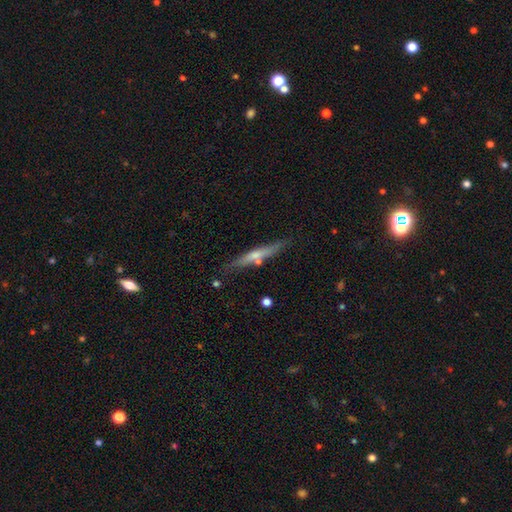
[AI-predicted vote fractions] Q: Smooth or featured?
A: featured or disk (48%); runner-up: smooth (46%)
Q: Merging?
A: none (77%); runner-up: minor disturbance (14%)